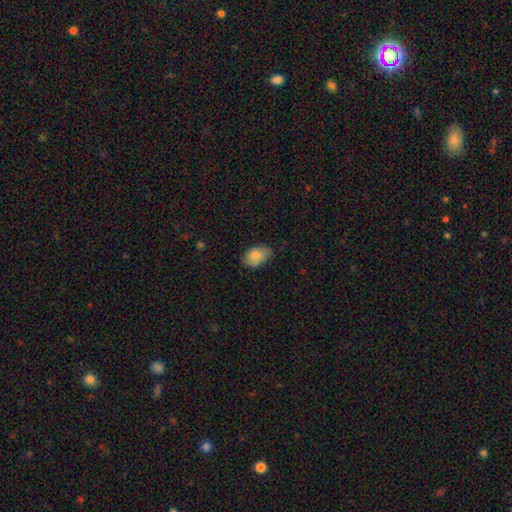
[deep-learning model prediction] Smooth or featured? Predicted: smooth (p=0.83). How rounded? Predicted: in between (p=0.91). Merging? Predicted: none (p=0.73).